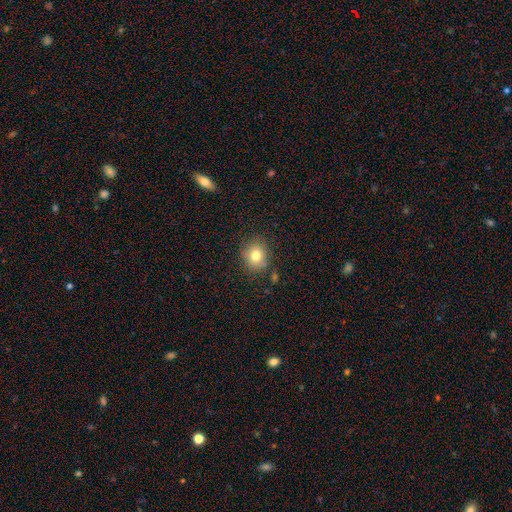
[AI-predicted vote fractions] Smooth or featured?
  - smooth: 79% *
  - star or artifact: 11%
  - featured or disk: 10%
How rounded?
  - round: 77% *
  - in between: 22%
  - cigar-shaped: 1%
Merging?
  - none: 81% *
  - minor disturbance: 12%
  - major disturbance: 3%
  - merger: 3%